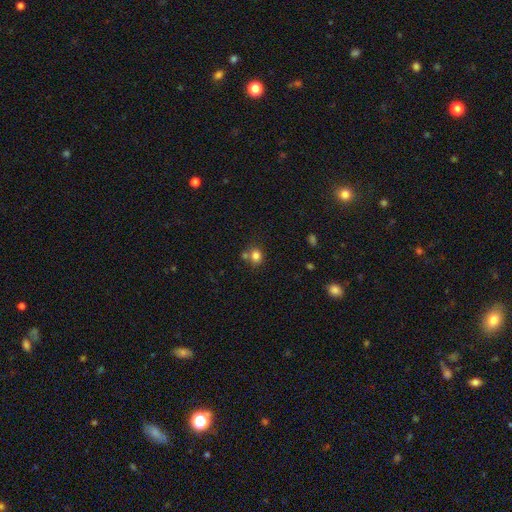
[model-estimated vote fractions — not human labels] smooth-or-featured: smooth: 81% | star or artifact: 12% | featured or disk: 7%
  how-rounded: round: 73% | in between: 26% | cigar-shaped: 1%
  merging: none: 62% | merger: 21% | minor disturbance: 12% | major disturbance: 4%